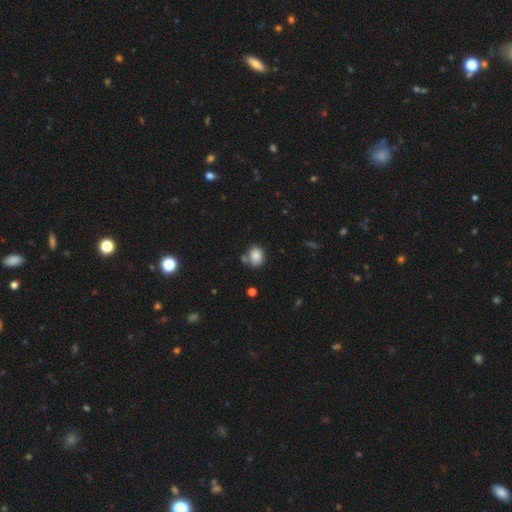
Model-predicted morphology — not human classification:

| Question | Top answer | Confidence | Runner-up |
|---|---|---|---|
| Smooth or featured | smooth | 85% | star or artifact (9%) |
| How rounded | round | 52% | in between (47%) |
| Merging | none | 66% | minor disturbance (16%) |